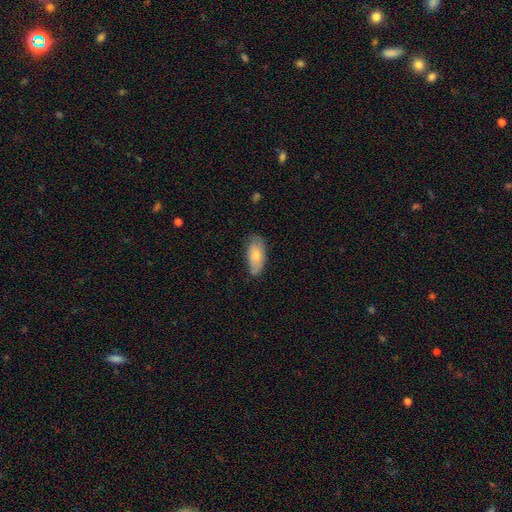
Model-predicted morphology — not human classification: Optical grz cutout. It shows a smooth galaxy with no disk features (74%) that is in between round and cigar-shaped (90%). Merging: none (71%).